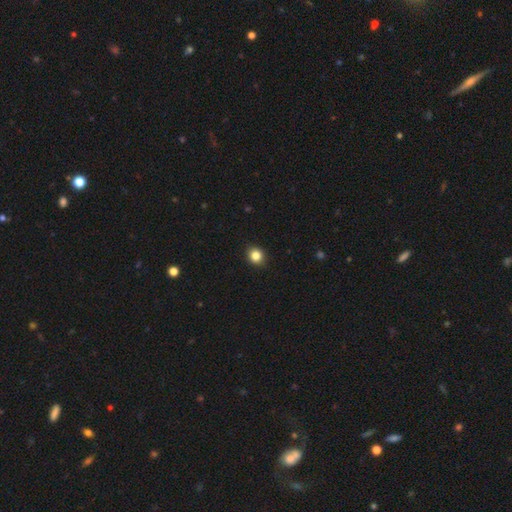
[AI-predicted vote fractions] Morphology: type=smooth (85%); roundness=round (80%); merging=none (92%).